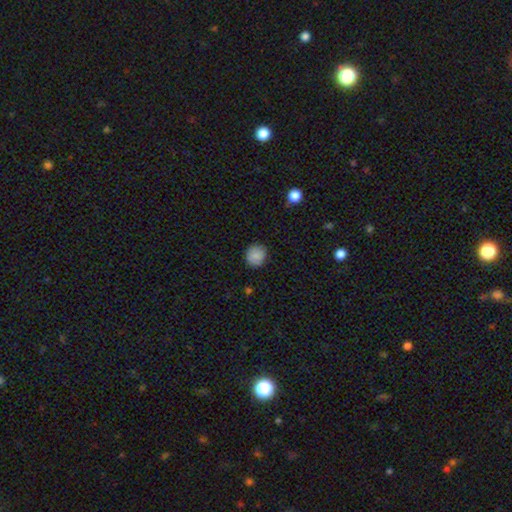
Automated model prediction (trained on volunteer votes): Smooth or featured? smooth (87%)
How rounded? round (86%)
Merging? none (87%)